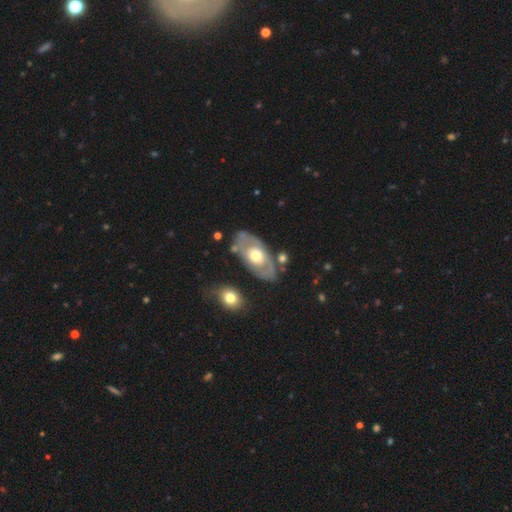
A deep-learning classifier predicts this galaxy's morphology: This appears to be a featured or disk galaxy (67%) with no bar (86%), no spiral arms (64%) and a moderate central bulge (67%). Merging: none (72%).